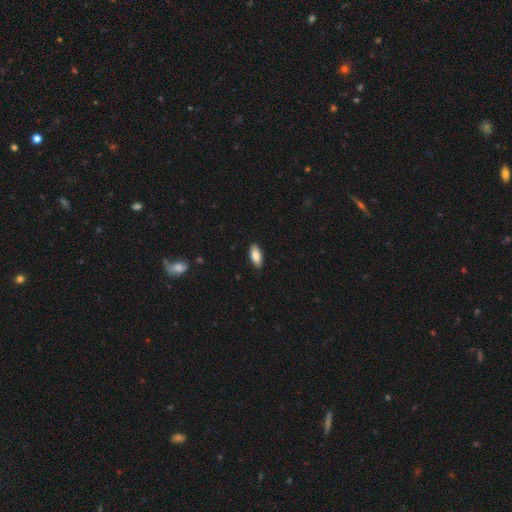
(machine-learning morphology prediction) Q: Smooth or featured?
A: smooth (83%); runner-up: featured or disk (11%)
Q: How rounded?
A: in between (84%); runner-up: cigar-shaped (14%)
Q: Merging?
A: none (88%); runner-up: minor disturbance (9%)